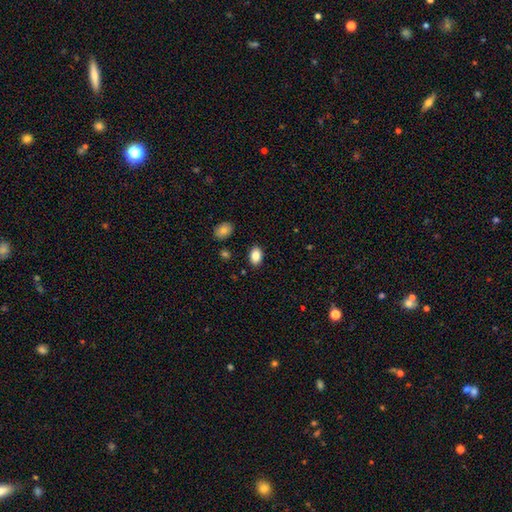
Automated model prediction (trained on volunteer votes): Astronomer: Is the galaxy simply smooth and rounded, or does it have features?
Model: smooth — 85%.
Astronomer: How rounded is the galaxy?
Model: in between — 86%.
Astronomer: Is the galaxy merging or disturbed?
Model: none — 87%.